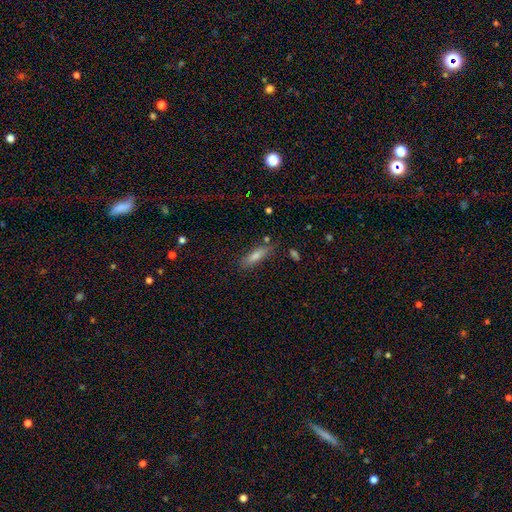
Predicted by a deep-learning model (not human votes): This appears to be a smooth galaxy with no disk features (68%) that is cigar-shaped (68%). Merging: none (81%).